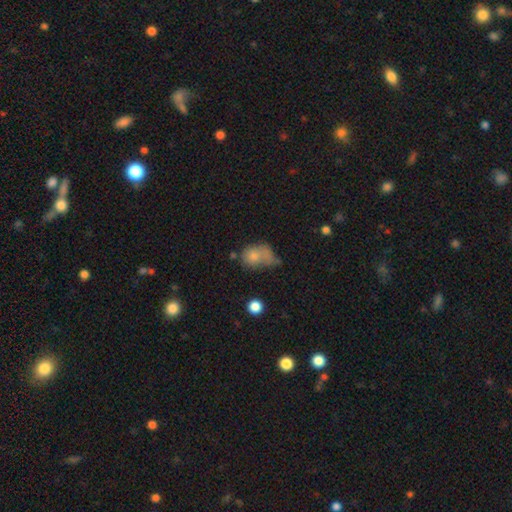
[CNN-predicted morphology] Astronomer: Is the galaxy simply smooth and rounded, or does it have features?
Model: smooth — 74%.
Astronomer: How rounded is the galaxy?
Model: in between — 57% (runner-up: round, 42%).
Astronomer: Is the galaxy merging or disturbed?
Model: major disturbance — 28% (runner-up: none, 26%).